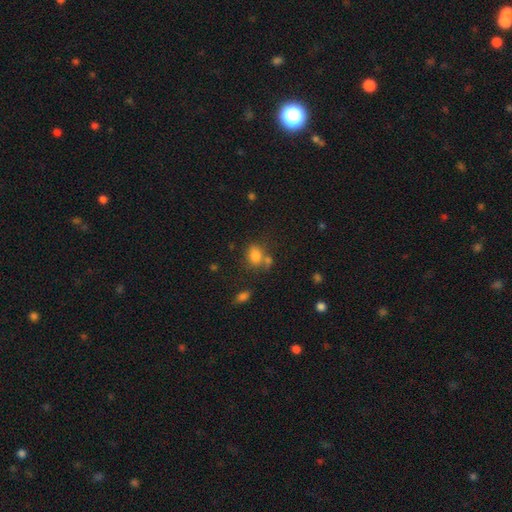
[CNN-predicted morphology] Smooth or featured?
  - smooth: 80% *
  - star or artifact: 11%
  - featured or disk: 8%
How rounded?
  - in between: 57% *
  - round: 42%
  - cigar-shaped: 1%
Merging?
  - none: 53% *
  - merger: 23%
  - minor disturbance: 16%
  - major disturbance: 7%